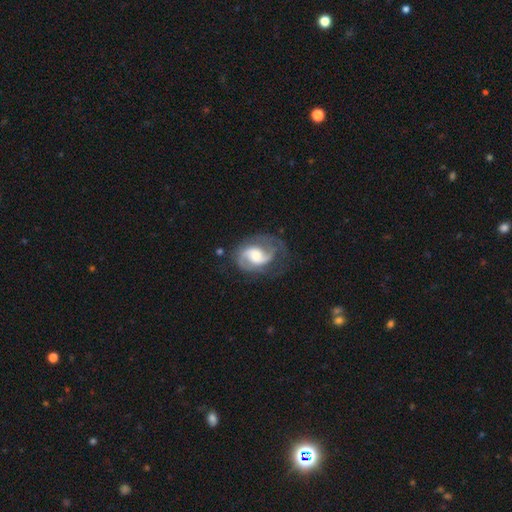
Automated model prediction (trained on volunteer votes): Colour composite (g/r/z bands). It shows a featured or disk galaxy (84%) with no bar (46%), 2 (84%) medium (52%) spiral arms (96%) and a moderate central bulge (43%). Merging: none (60%).